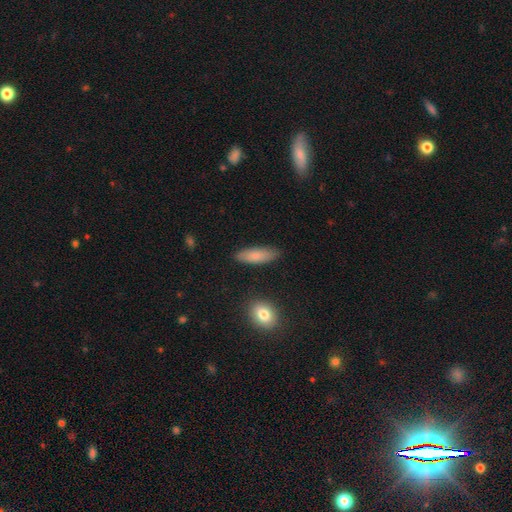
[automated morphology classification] Smooth or featured? Predicted: smooth (p=0.81). How rounded? Predicted: in between (p=0.58). Merging? Predicted: none (p=0.85).